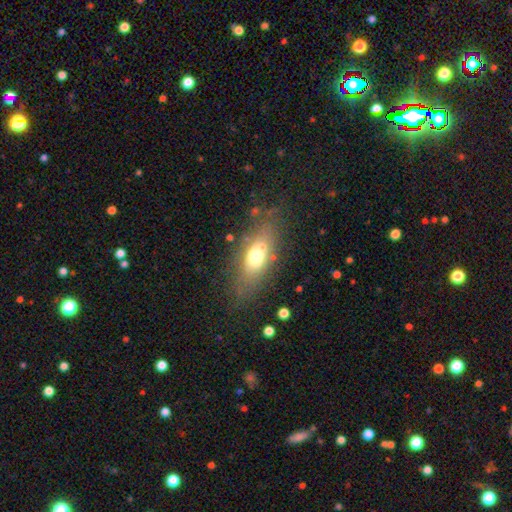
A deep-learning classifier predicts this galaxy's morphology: type=smooth (56%); roundness=in between (76%); merging=none (67%).